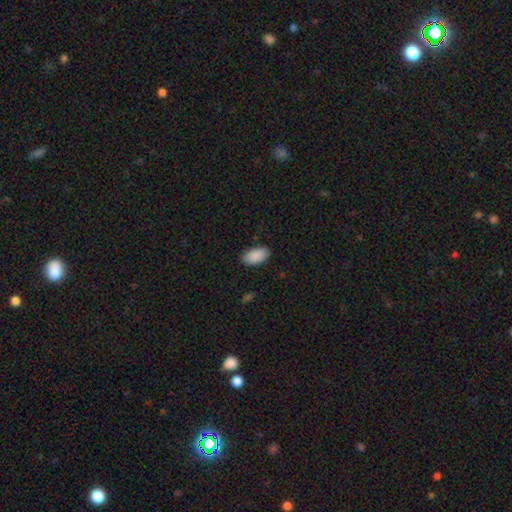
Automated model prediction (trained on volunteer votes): Smooth or featured: smooth — 90% (star or artifact — 6%)
How rounded: in between — 95% (round — 3%)
Merging: none — 87% (minor disturbance — 10%)